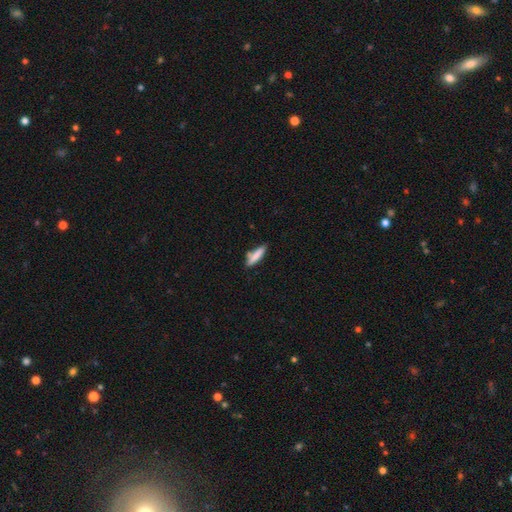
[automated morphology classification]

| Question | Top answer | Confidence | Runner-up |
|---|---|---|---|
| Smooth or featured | smooth | 80% | featured or disk (13%) |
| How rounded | cigar-shaped | 78% | in between (20%) |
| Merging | none | 69% | minor disturbance (18%) |